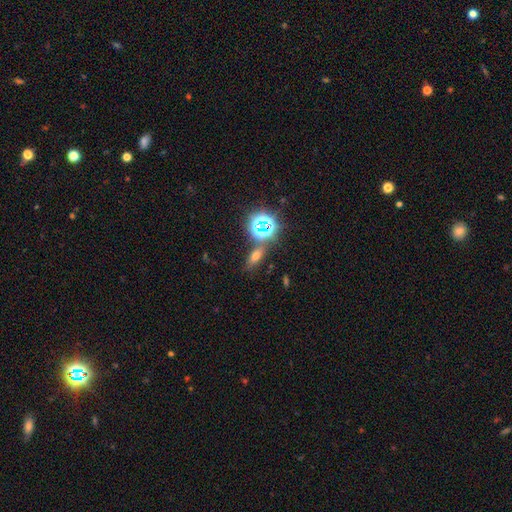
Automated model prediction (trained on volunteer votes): Overall: smooth (50%; star or artifact 34%). Merging: none (76%).